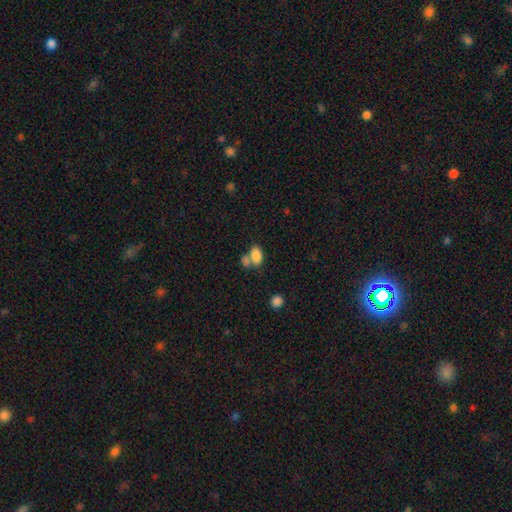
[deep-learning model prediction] This is clearly a smooth galaxy (83%). How rounded: clearly in between (88%). Merging: possibly merger (46%).